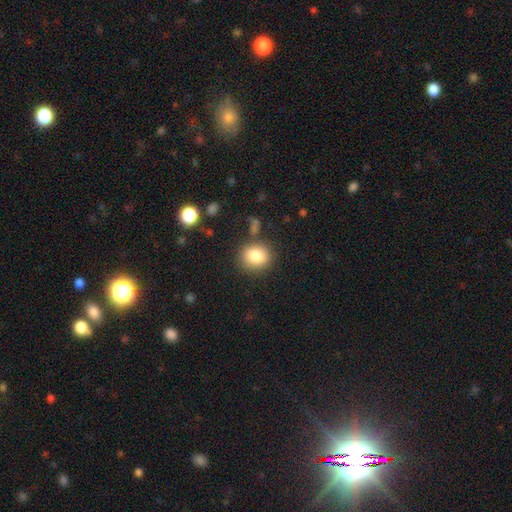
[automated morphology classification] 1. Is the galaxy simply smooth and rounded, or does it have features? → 82% smooth, 10% star or artifact, 8% featured or disk.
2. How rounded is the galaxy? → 75% round, 24% in between, 1% cigar-shaped.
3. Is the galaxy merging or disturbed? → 80% none, 11% minor disturbance, 5% merger, 4% major disturbance.